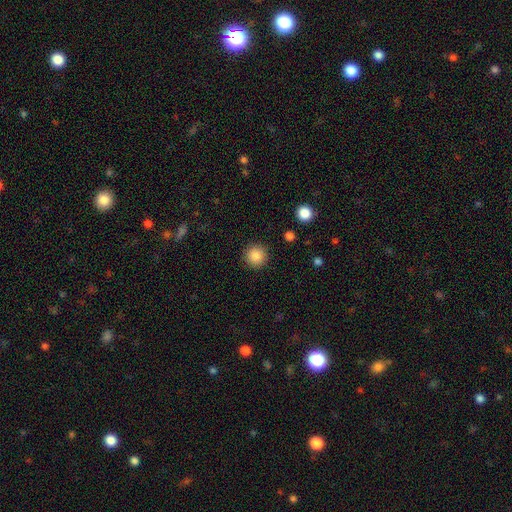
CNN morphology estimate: smooth-or-featured: smooth: 86% | star or artifact: 10% | featured or disk: 4%
  how-rounded: round: 95% | in between: 4% | cigar-shaped: 1%
  merging: none: 91% | minor disturbance: 6% | major disturbance: 2% | merger: 1%